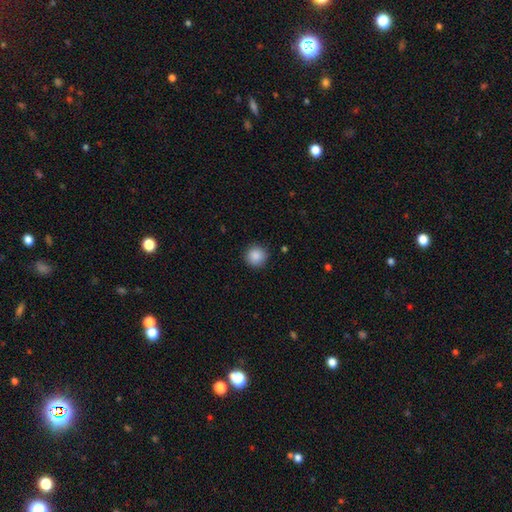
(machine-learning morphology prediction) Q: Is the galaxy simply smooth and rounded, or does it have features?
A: smooth — 88%.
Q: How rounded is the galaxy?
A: round — 95%.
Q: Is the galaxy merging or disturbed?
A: none — 90%.